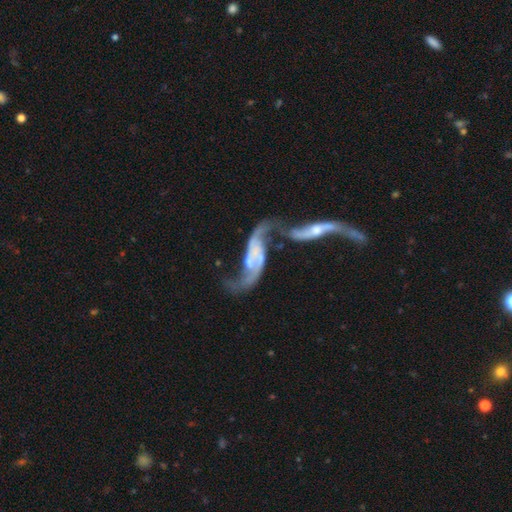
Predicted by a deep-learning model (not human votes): A featured or disk galaxy (85%) with no bar (50%), 2 (88%) loose (82%) spiral arms (90%) and a small central bulge (47%). Merging: merger (63%).